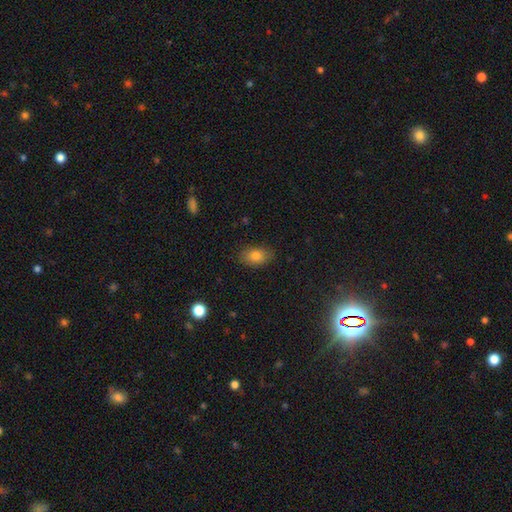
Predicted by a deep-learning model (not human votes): This appears to be a smooth galaxy with no disk features (82%) that is in between round and cigar-shaped (87%). Merging: none (83%).